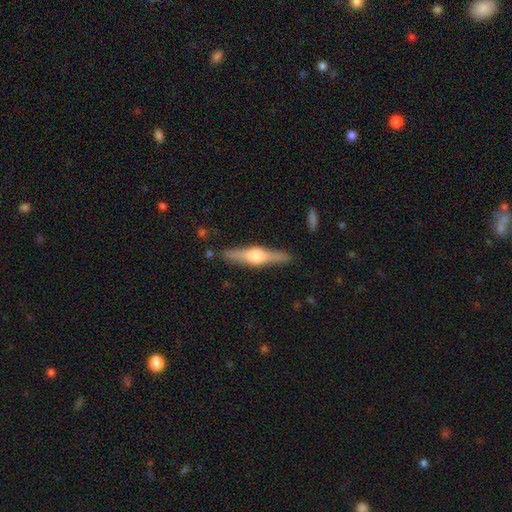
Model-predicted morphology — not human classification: A featured or disk galaxy (71%) viewed edge-on (97%) with a rounded central bulge (92%). Merging: none (88%).